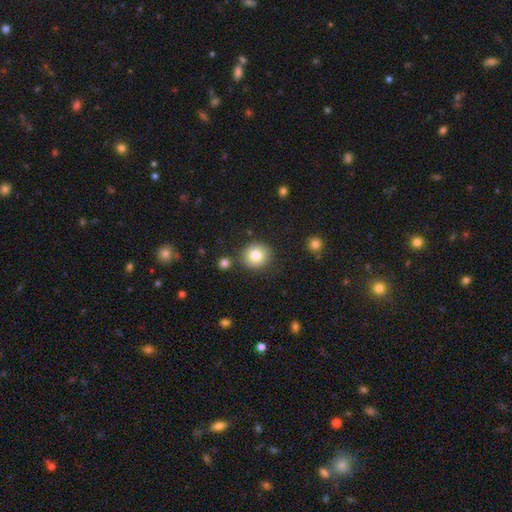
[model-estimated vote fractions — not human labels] Smooth or featured: smooth — 82% (star or artifact — 10%)
How rounded: round — 86% (in between — 13%)
Merging: none — 81% (minor disturbance — 10%)